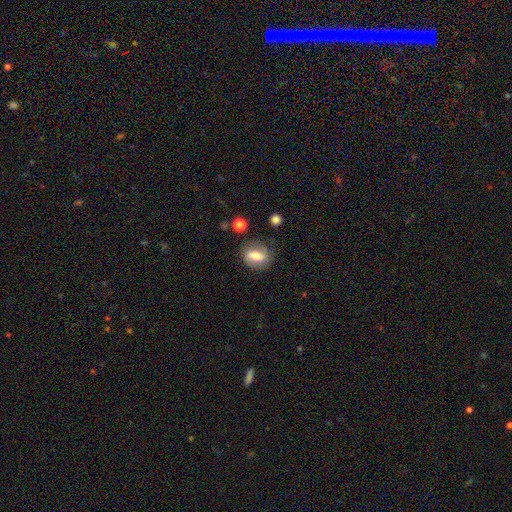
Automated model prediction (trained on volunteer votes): Smooth or featured? Predicted: smooth (p=0.60). How rounded? Predicted: in between (p=0.60). Merging? Predicted: none (p=0.76).